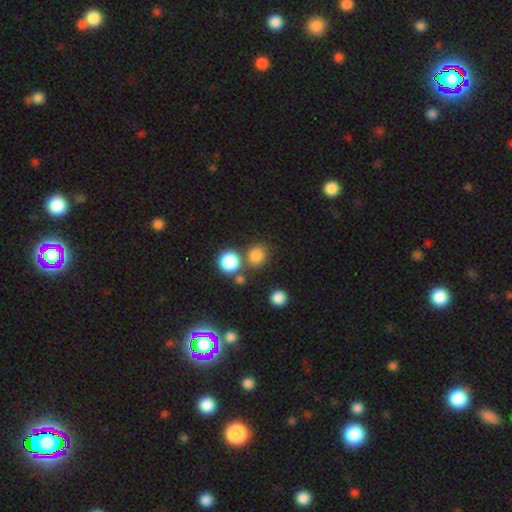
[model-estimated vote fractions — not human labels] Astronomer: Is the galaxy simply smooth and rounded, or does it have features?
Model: smooth — 81%.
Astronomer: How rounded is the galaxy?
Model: round — 82%.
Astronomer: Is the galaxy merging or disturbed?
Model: none — 68%.